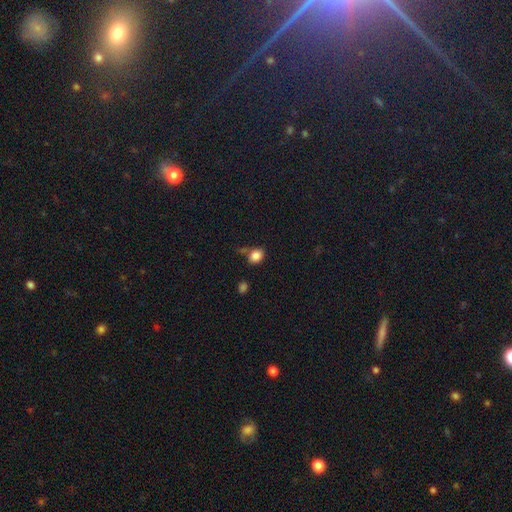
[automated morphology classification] Smooth or featured? Predicted: smooth (p=0.85). How rounded? Predicted: in between (p=0.51). Merging? Predicted: none (p=0.66).